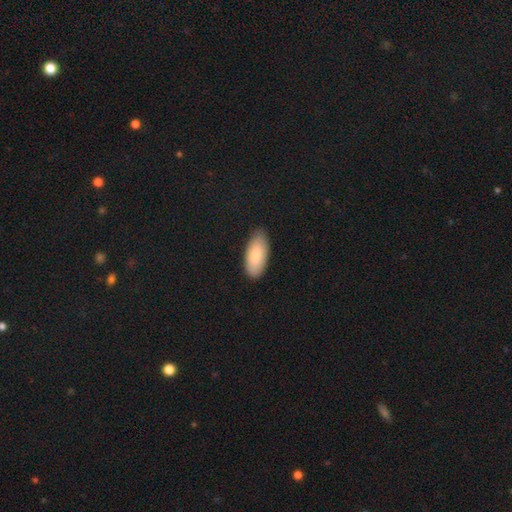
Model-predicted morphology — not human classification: The model was most divided on "merging": none: 85%, minor disturbance: 12%, major disturbance: 2%, merger: 1%. More confident: how rounded — in between (90%); smooth or featured — smooth (86%).